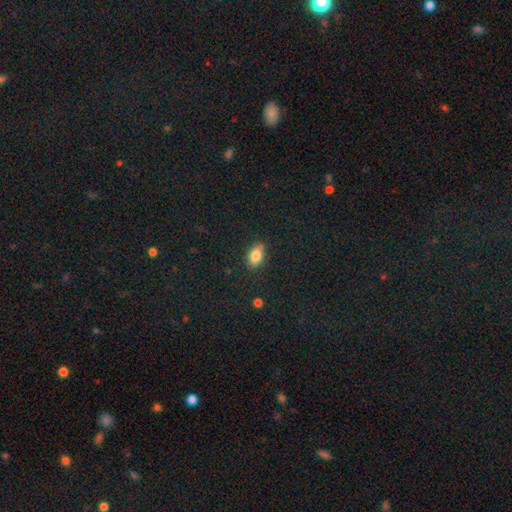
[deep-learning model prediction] Morphology: type=smooth (82%); roundness=in between (86%); merging=none (80%).